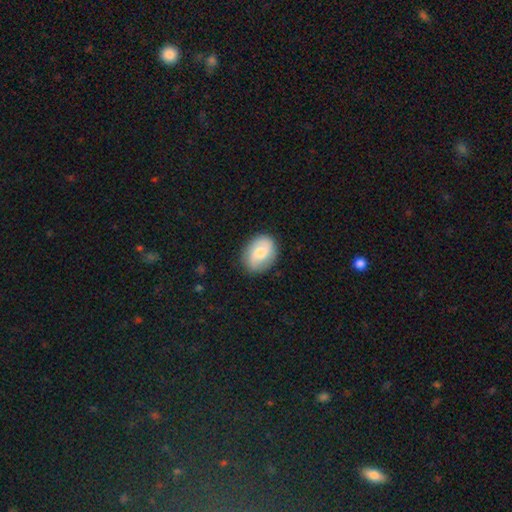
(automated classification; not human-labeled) Smooth or featured? smooth (48%)
Merging? none (83%)